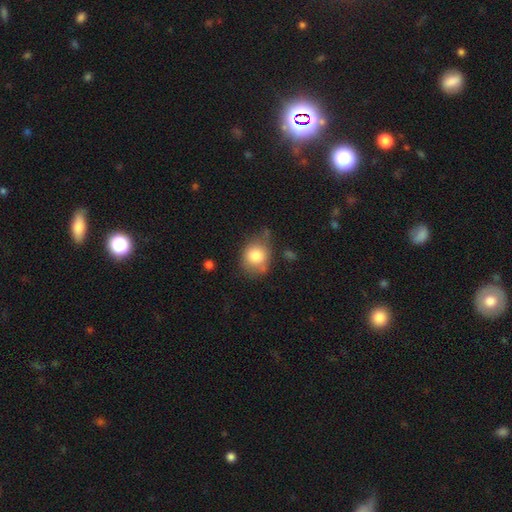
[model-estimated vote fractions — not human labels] A smooth galaxy with no disk features (81%) that is round (65%). Merging: none (54%).